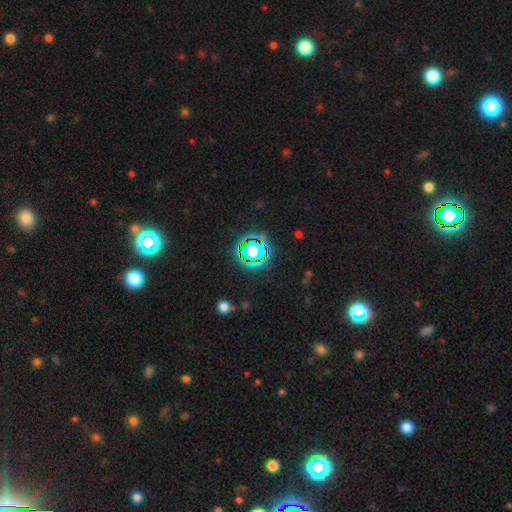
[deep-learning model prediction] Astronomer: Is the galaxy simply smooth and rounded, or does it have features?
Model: star or artifact — 68%.